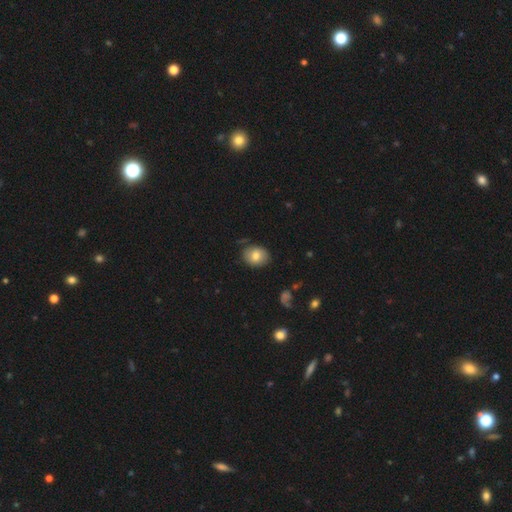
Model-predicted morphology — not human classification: smooth-or-featured: smooth: 76% | featured or disk: 16% | star or artifact: 8%
  how-rounded: in between: 54% | round: 45% | cigar-shaped: 1%
  merging: none: 75% | minor disturbance: 18% | major disturbance: 4% | merger: 2%